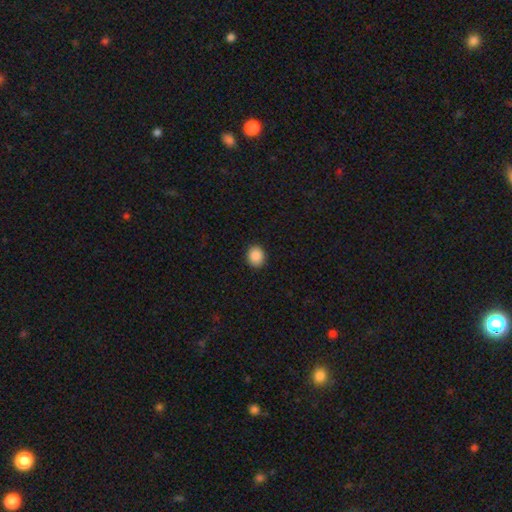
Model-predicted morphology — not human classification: smooth-or-featured: smooth: 89% | star or artifact: 8% | featured or disk: 3%
  how-rounded: round: 62% | in between: 38% | cigar-shaped: 1%
  merging: none: 90% | minor disturbance: 7% | major disturbance: 2% | merger: 1%